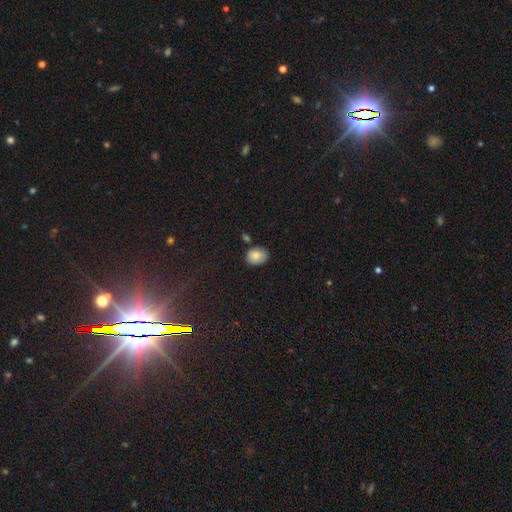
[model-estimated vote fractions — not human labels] A smooth galaxy with no disk features (82%) that is in between round and cigar-shaped (59%). Merging: none (72%).